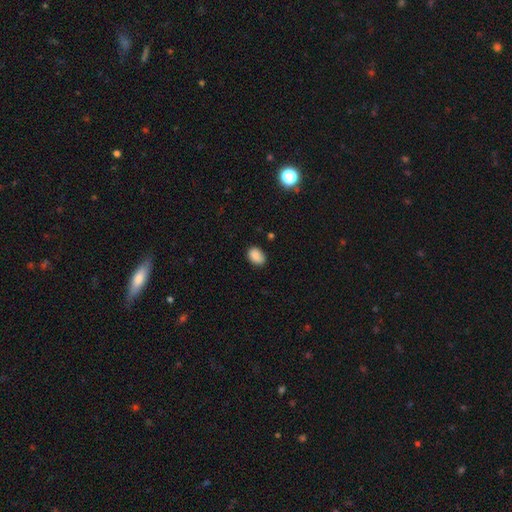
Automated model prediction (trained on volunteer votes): Smooth or featured? Predicted: smooth (p=0.87). How rounded? Predicted: in between (p=0.81). Merging? Predicted: none (p=0.80).